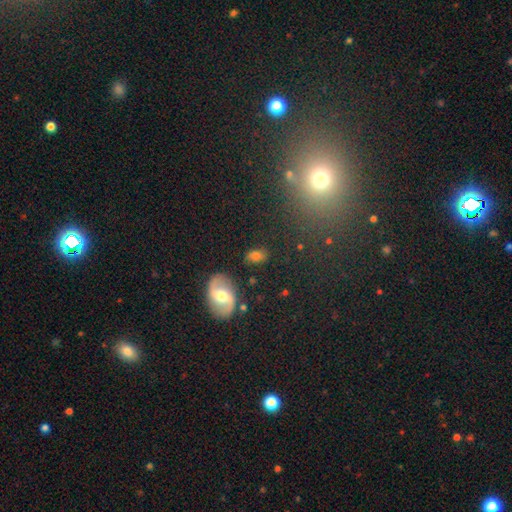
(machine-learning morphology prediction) smooth 62%, featured or disk 24%, star or artifact 15%. Down the decision tree: how rounded — in between (78%); merging — none (78%).